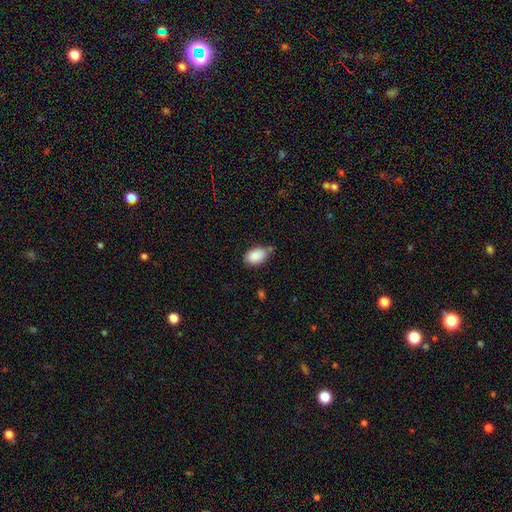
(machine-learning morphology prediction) The model was most divided on "merging": none: 61%, minor disturbance: 28%, merger: 6%, major disturbance: 5%. More confident: how rounded — in between (91%); smooth or featured — smooth (88%).